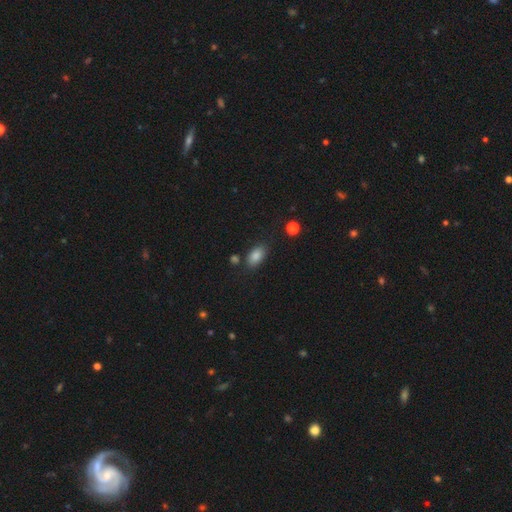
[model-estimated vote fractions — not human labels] The model was most divided on "merging": none: 79%, minor disturbance: 13%, merger: 5%, major disturbance: 3%. More confident: how rounded — in between (89%); smooth or featured — smooth (84%).